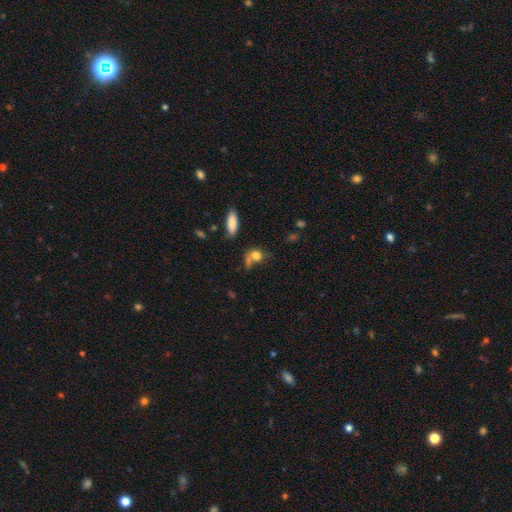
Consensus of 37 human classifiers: Overall: smooth (92%). How rounded: in between (56%; round 41%). Merging: merger (54%; none 20%).